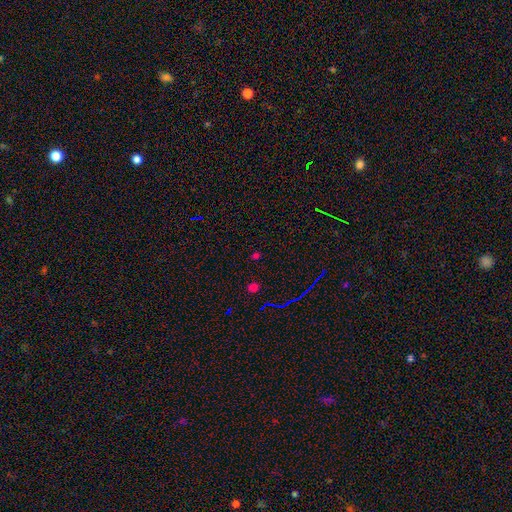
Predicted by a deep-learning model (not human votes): Morphology: type=star or artifact (54%).